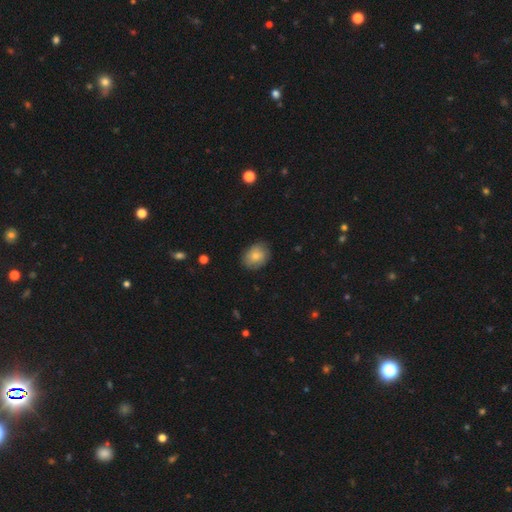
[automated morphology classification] Overall: smooth (80%). How rounded: in between (56%; round 43%). Merging: none (80%).